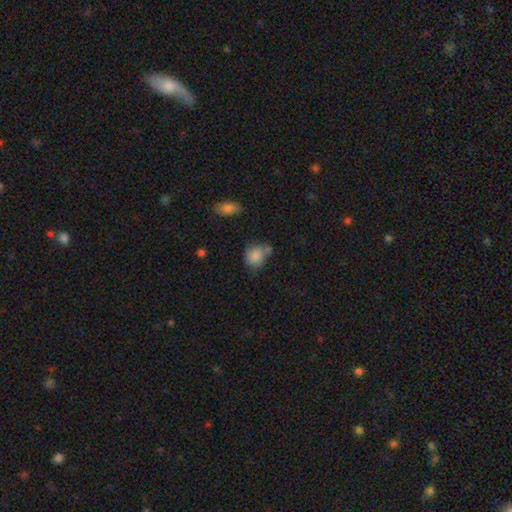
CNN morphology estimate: Overall: smooth (83%). How rounded: round (67%; in between 32%). Merging: none (53%; minor disturbance 23%).